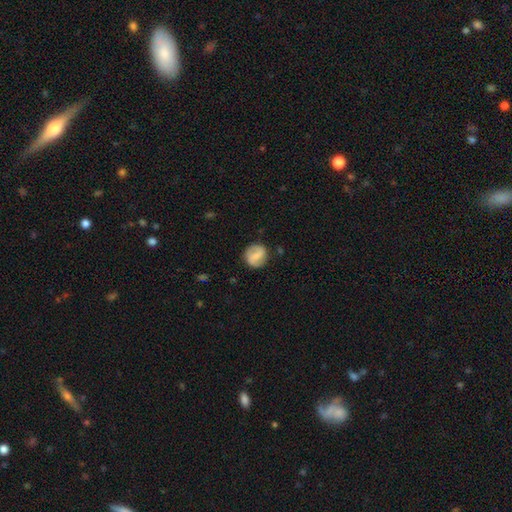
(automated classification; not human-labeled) Morphology: type=featured or disk (58%); edge-on=no (97%); bar=strong (43%); spiral arms=yes (80%); bulge=small (42%); merging=none (81%).